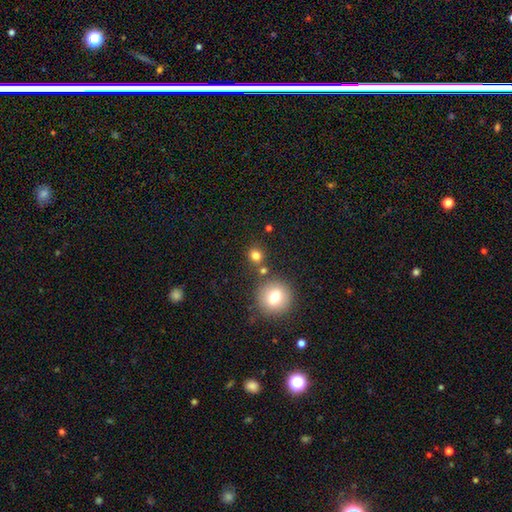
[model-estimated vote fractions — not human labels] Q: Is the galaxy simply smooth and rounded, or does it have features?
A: smooth — 79%.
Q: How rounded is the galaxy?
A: round — 86%.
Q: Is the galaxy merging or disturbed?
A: none — 75%.